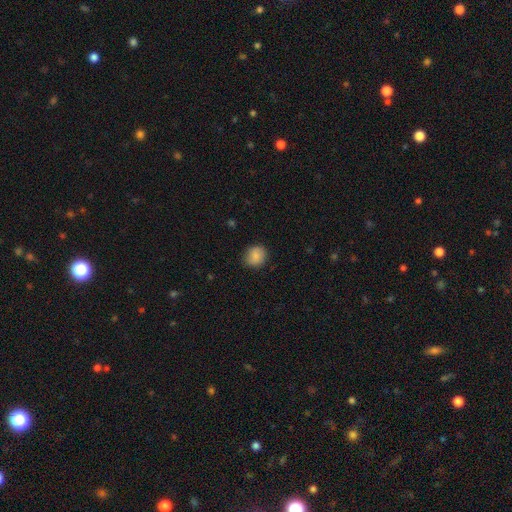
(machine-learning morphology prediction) This is clearly a smooth galaxy (84%). How rounded: likely round (80%). Merging: clearly none (84%).